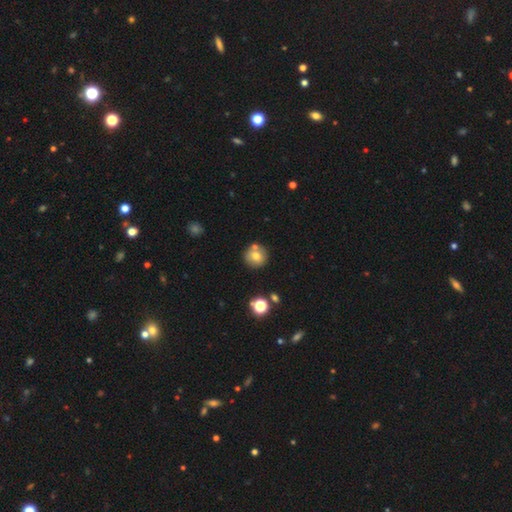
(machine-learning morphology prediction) A smooth galaxy with no disk features (72%) that is round (93%). Merging: none (72%).